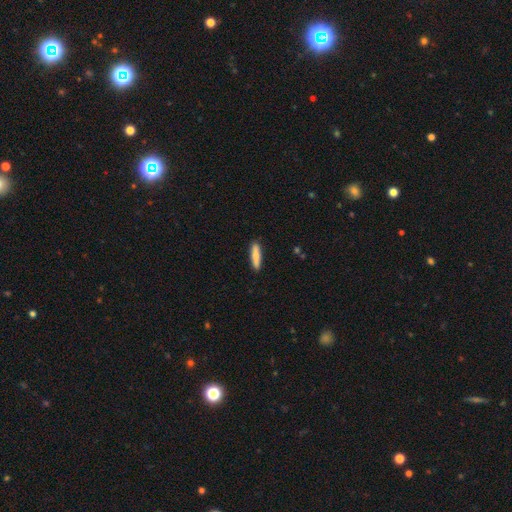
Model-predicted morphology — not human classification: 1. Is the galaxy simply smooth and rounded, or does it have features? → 72% smooth, 23% featured or disk, 6% star or artifact.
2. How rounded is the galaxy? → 81% cigar-shaped, 17% in between, 2% round.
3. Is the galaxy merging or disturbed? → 88% none, 9% minor disturbance, 2% major disturbance, 1% merger.